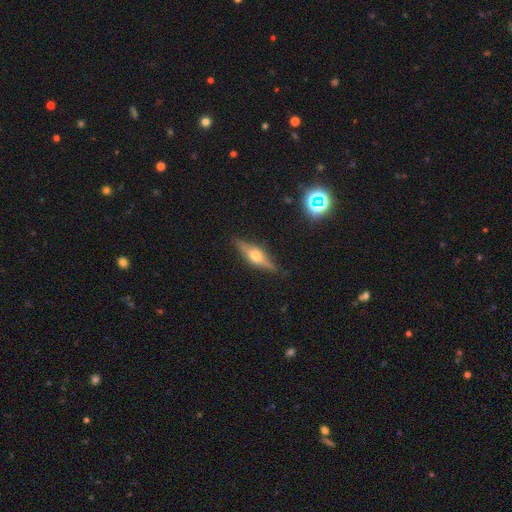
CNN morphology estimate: featured or disk 68%, smooth 24%, star or artifact 8%. Down the decision tree: edge-on disk — yes (95%); edge-on bulge — rounded (93%); merging — none (87%).